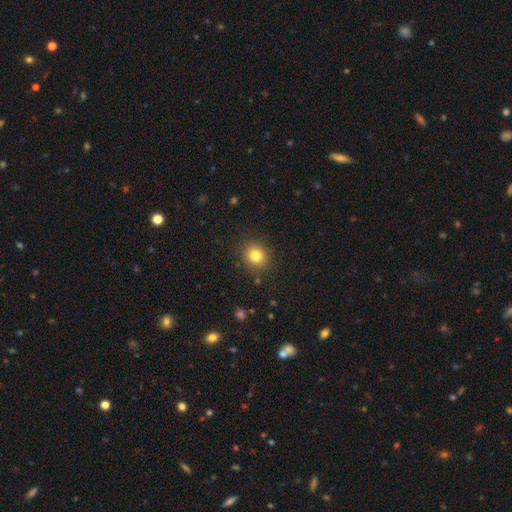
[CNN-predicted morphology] Smooth or featured? smooth (81%)
How rounded? round (78%)
Merging? none (87%)